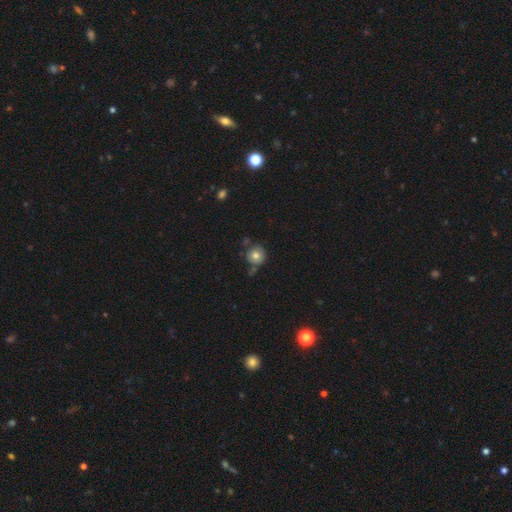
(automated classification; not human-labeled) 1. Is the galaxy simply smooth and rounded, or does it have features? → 76% smooth, 14% featured or disk, 10% star or artifact.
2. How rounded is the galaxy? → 92% round, 7% in between, 1% cigar-shaped.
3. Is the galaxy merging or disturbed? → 70% none, 15% minor disturbance, 10% merger, 4% major disturbance.